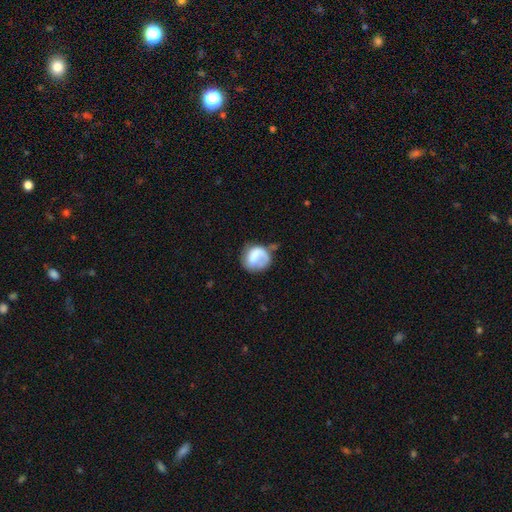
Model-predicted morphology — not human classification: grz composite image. It shows a smooth galaxy with no disk features (54%) that is round (73%). Merging: none (46%).